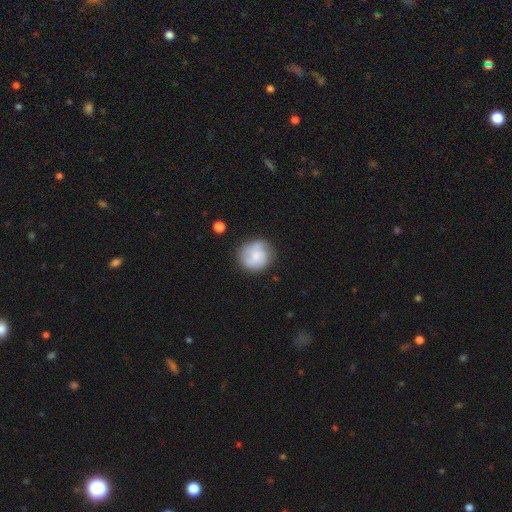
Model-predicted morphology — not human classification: Smooth or featured? Predicted: smooth (p=0.57). How rounded? Predicted: round (p=0.88). Merging? Predicted: none (p=0.69).